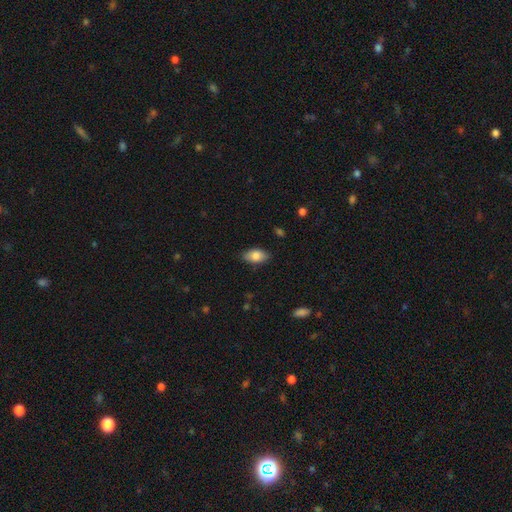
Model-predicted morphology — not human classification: smooth 80%, featured or disk 13%, star or artifact 7%. Down the decision tree: how rounded — in between (92%); merging — none (84%).